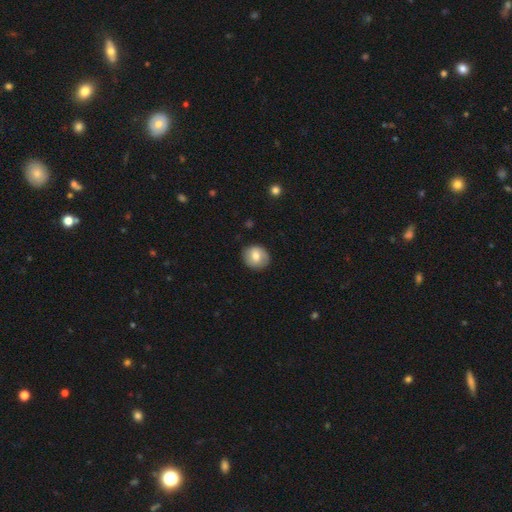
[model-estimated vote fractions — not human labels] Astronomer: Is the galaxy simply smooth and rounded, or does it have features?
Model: smooth — 71%.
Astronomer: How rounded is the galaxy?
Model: round — 80%.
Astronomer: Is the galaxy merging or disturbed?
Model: none — 85%.